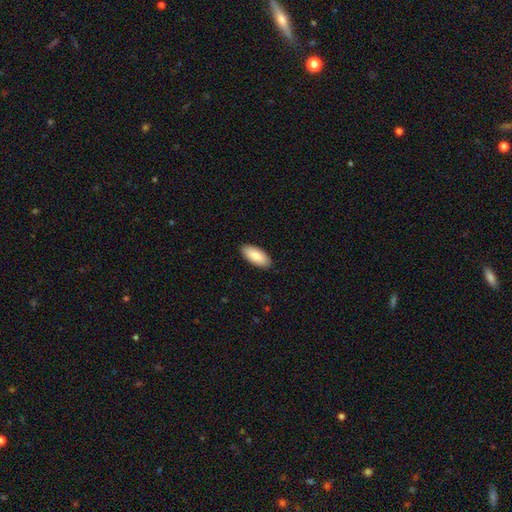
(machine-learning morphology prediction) smooth_or_featured: smooth (p=0.86) [alt: featured or disk p=0.09]
how_rounded: in between (p=0.90) [alt: cigar-shaped p=0.08]
merging: none (p=0.90) [alt: minor disturbance p=0.08]